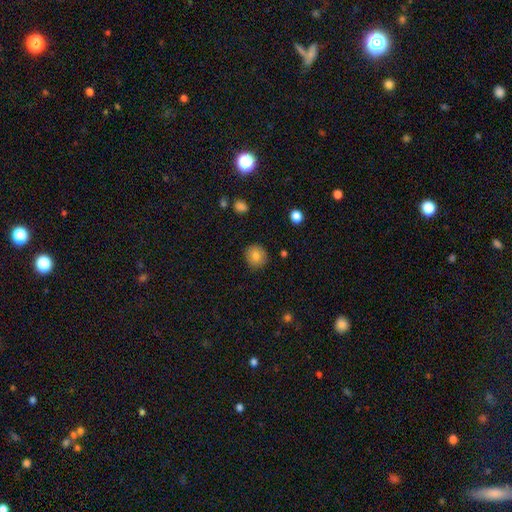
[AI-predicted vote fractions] Q: Smooth or featured?
A: smooth (81%); runner-up: featured or disk (10%)
Q: How rounded?
A: round (86%); runner-up: in between (13%)
Q: Merging?
A: none (87%); runner-up: minor disturbance (9%)